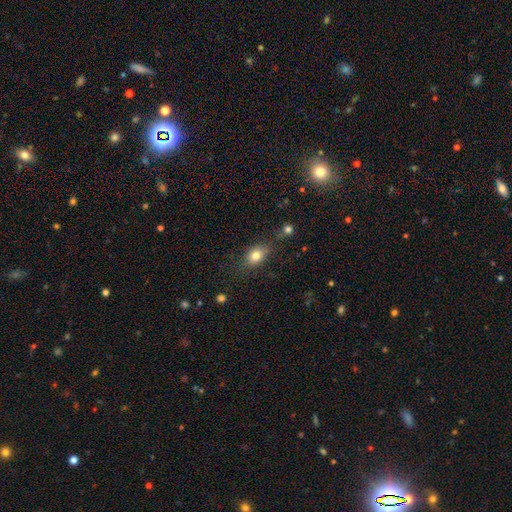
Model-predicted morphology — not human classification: Smooth or featured: smooth — 79% (featured or disk — 10%)
How rounded: in between — 65% (round — 33%)
Merging: none — 67% (minor disturbance — 19%)